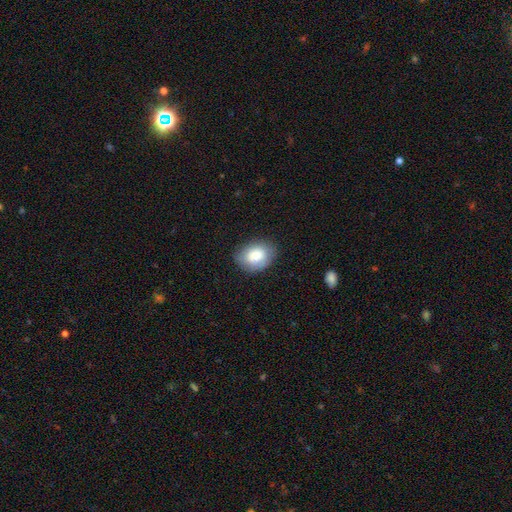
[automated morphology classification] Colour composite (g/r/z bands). It shows a smooth galaxy with no disk features (82%) that is in between round and cigar-shaped (70%). Merging: none (78%).